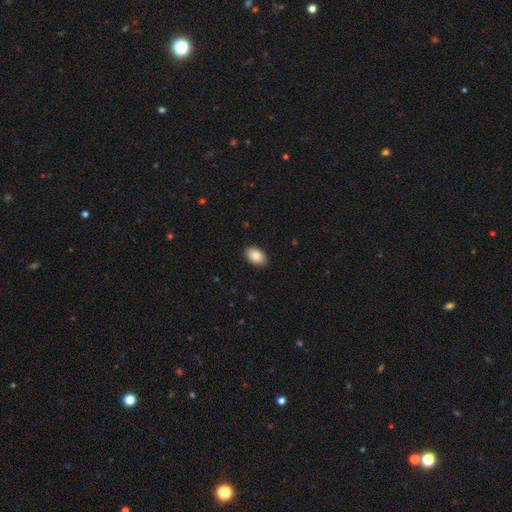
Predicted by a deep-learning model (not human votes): smooth-or-featured: smooth: 84% | featured or disk: 8% | star or artifact: 7%
  how-rounded: in between: 89% | round: 9% | cigar-shaped: 1%
  merging: none: 90% | minor disturbance: 7% | major disturbance: 2% | merger: 1%